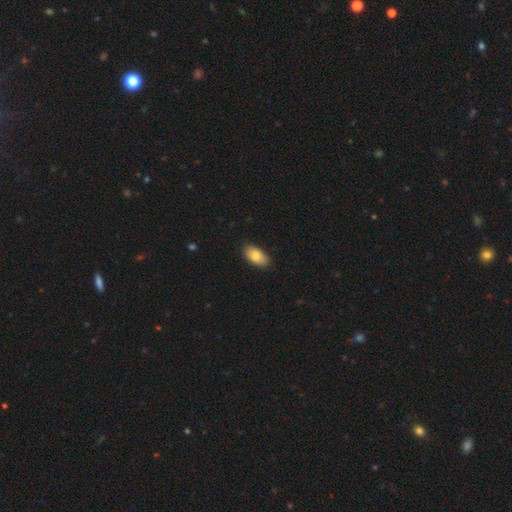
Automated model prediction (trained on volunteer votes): Smooth or featured? smooth (82%)
How rounded? in between (94%)
Merging? none (87%)